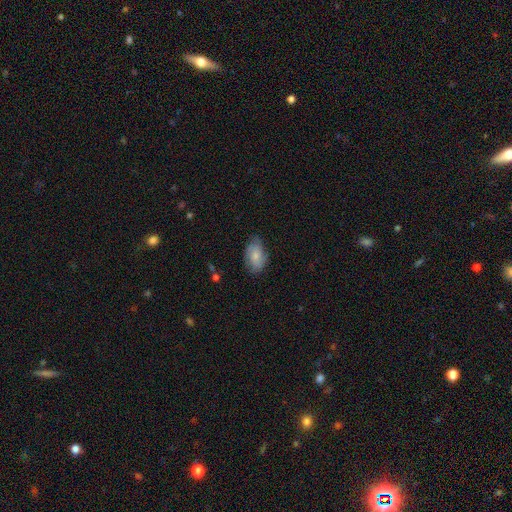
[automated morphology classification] This is likely a smooth galaxy (69%). How rounded: clearly in between (91%). Merging: likely none (68%).